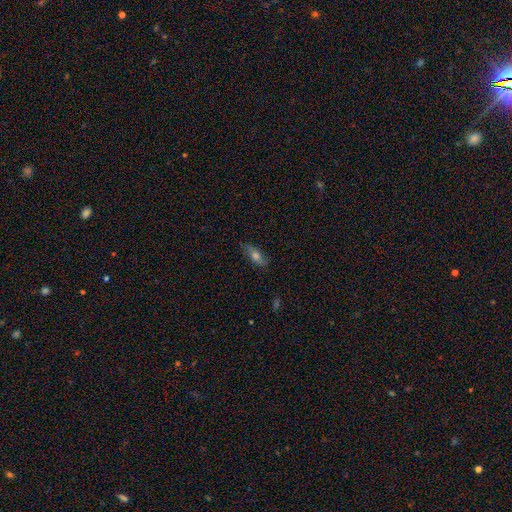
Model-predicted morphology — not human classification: Smooth or featured? smooth (52%)
How rounded? in between (58%)
Merging? none (78%)